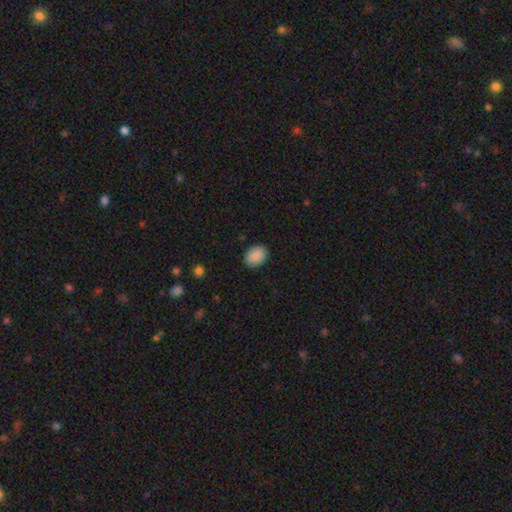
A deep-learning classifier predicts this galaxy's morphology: smooth_or_featured: smooth (p=0.90) [alt: star or artifact p=0.08]
how_rounded: in between (p=0.74) [alt: round p=0.25]
merging: none (p=0.88) [alt: minor disturbance p=0.09]